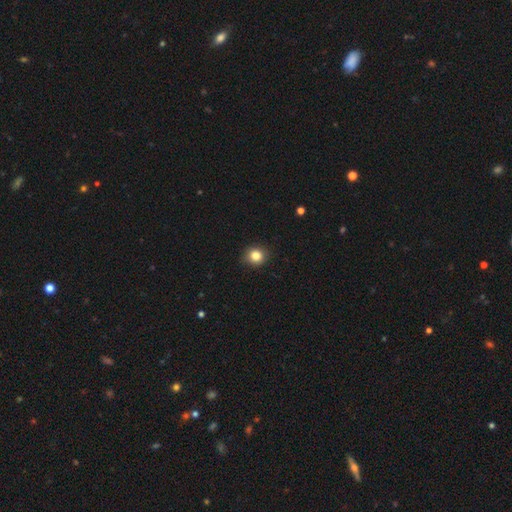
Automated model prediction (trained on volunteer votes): Smooth or featured?
  - smooth: 84% *
  - star or artifact: 11%
  - featured or disk: 6%
How rounded?
  - round: 83% *
  - in between: 16%
  - cigar-shaped: 1%
Merging?
  - none: 87% *
  - minor disturbance: 10%
  - major disturbance: 2%
  - merger: 1%